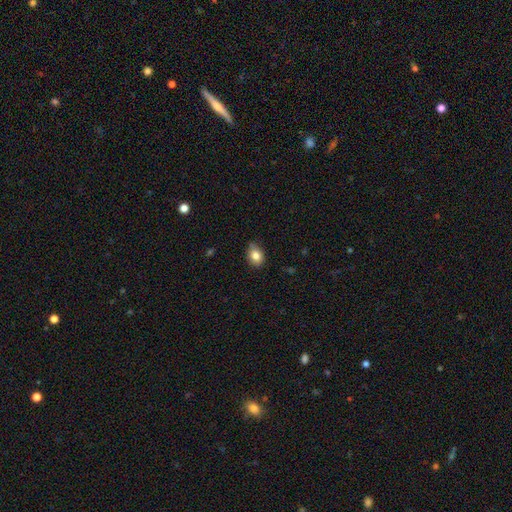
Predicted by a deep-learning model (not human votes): Smooth or featured?
  - smooth: 82% *
  - star or artifact: 9%
  - featured or disk: 9%
How rounded?
  - in between: 65% *
  - round: 33%
  - cigar-shaped: 1%
Merging?
  - none: 73% *
  - minor disturbance: 23%
  - major disturbance: 3%
  - merger: 1%